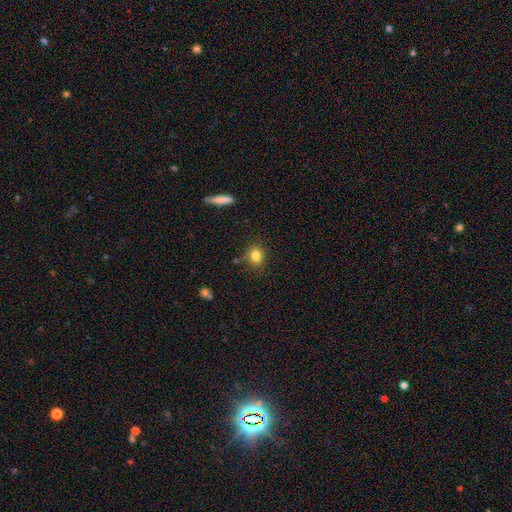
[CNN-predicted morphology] This is clearly a smooth galaxy (82%). How rounded: possibly round (59%). Merging: likely none (79%).